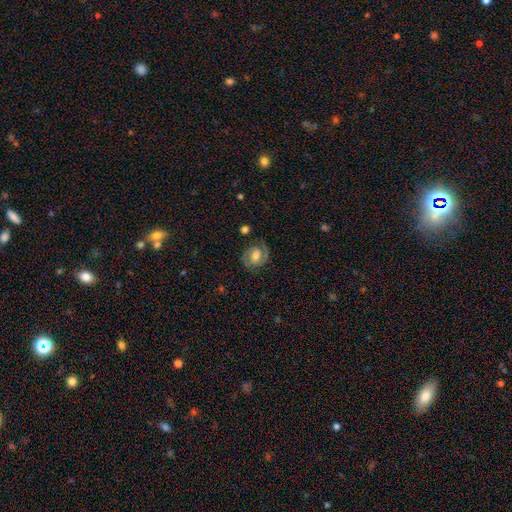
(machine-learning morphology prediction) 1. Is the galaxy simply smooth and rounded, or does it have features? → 77% featured or disk, 16% smooth, 7% star or artifact.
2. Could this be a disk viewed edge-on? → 98% no, 2% yes.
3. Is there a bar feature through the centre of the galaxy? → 46% weak, 40% no, 14% strong.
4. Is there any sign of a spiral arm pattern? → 93% yes, 7% no.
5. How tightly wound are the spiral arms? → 45% medium, 44% tight, 11% loose.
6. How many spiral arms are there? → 88% 2, 5% can't tell, 3% 1, 1% 3, 1% 4, 1% more than 4.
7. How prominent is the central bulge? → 64% moderate, 23% small, 9% large, 2% none, 1% dominant.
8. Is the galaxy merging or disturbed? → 79% none, 14% minor disturbance, 5% major disturbance, 2% merger.